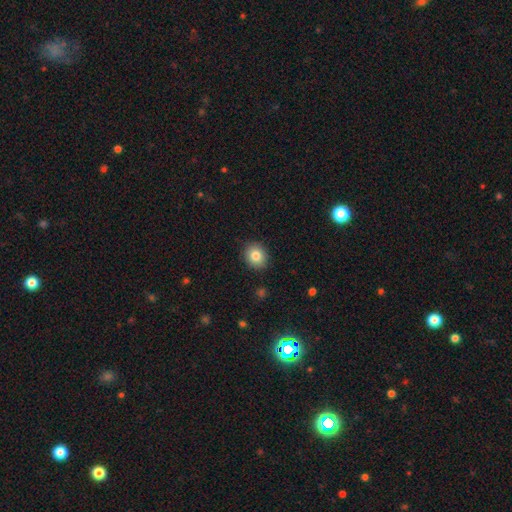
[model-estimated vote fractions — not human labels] Morphology: type=smooth (83%); roundness=round (69%); merging=none (89%).